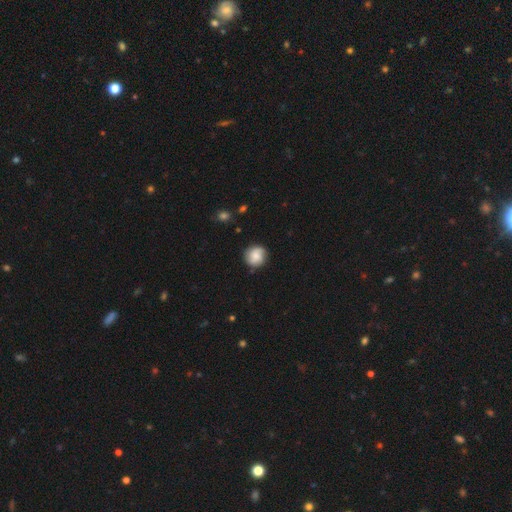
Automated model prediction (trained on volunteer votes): smooth_or_featured: smooth (p=0.70) [alt: featured or disk p=0.21]
how_rounded: round (p=0.90) [alt: in between p=0.09]
merging: none (p=0.80) [alt: minor disturbance p=0.15]